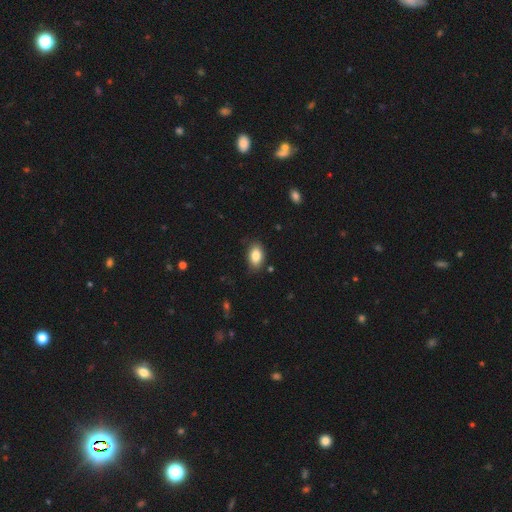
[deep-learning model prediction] smooth 85%, star or artifact 8%, featured or disk 8%. Down the decision tree: how rounded — in between (91%); merging — none (82%).